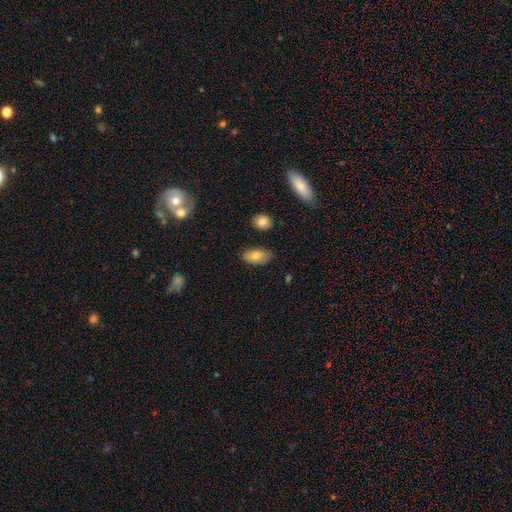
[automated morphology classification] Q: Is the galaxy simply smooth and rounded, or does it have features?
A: smooth — 77%.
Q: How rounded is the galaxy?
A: in between — 93%.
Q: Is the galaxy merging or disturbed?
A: none — 82%.